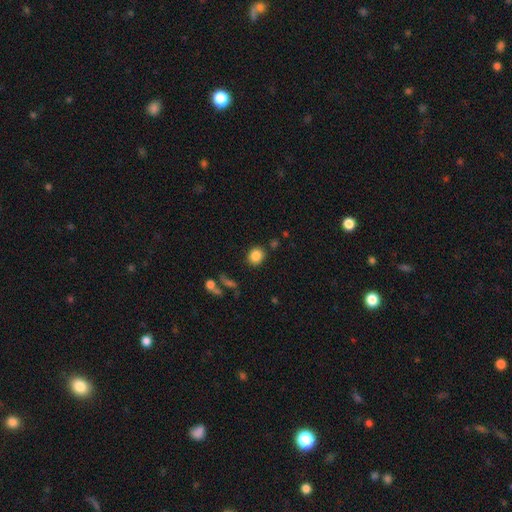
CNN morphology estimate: Smooth or featured? smooth (85%)
How rounded? round (72%)
Merging? none (84%)